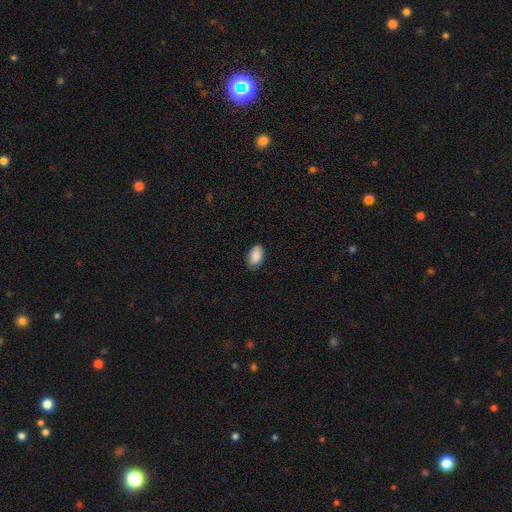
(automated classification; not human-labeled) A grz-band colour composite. It shows a smooth galaxy with no disk features (89%) that is in between round and cigar-shaped (92%). Merging: none (82%).